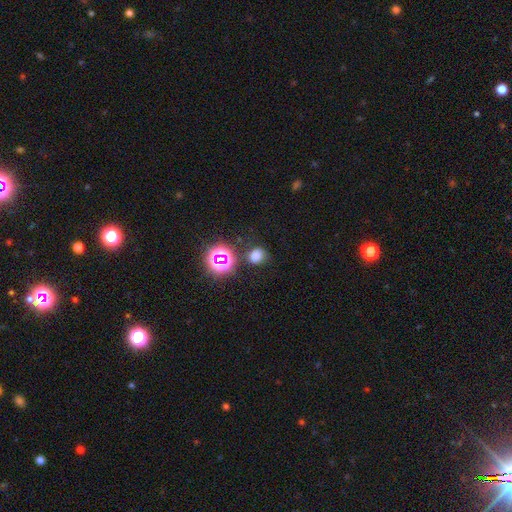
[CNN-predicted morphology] Q: Smooth or featured?
A: smooth (68%); runner-up: star or artifact (24%)
Q: How rounded?
A: round (69%); runner-up: in between (30%)
Q: Merging?
A: none (73%); runner-up: minor disturbance (16%)